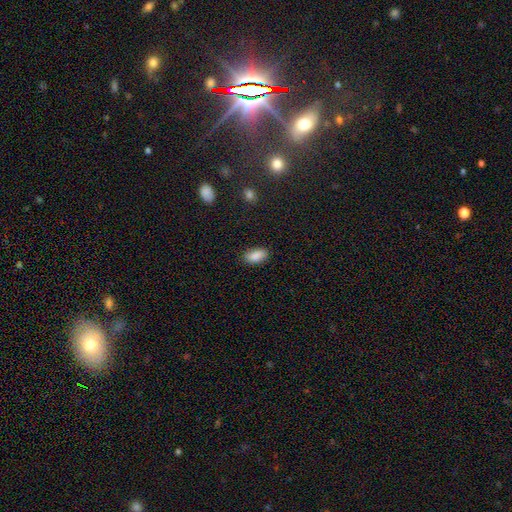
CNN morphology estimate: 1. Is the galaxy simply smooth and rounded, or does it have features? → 89% smooth, 7% star or artifact, 4% featured or disk.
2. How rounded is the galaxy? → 92% in between, 5% cigar-shaped, 3% round.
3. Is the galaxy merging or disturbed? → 85% none, 11% minor disturbance, 3% major disturbance, 1% merger.